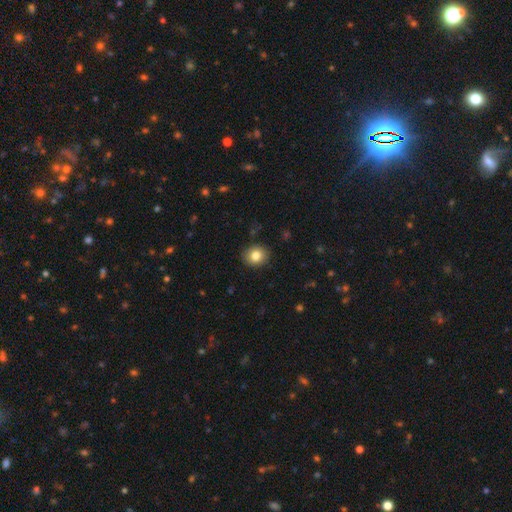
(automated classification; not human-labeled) smooth-or-featured: smooth: 82% | star or artifact: 10% | featured or disk: 8%
  how-rounded: round: 73% | in between: 26% | cigar-shaped: 1%
  merging: none: 90% | minor disturbance: 7% | major disturbance: 2% | merger: 1%